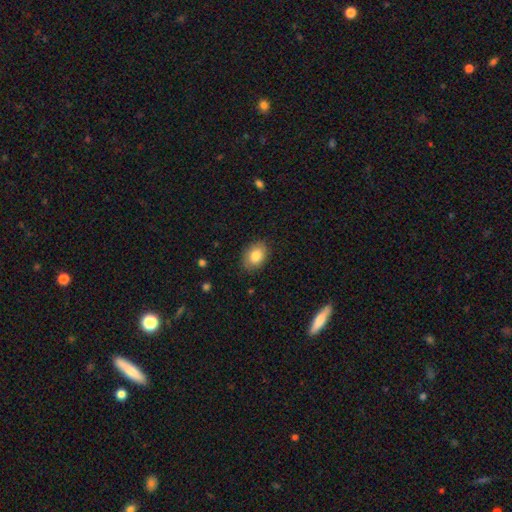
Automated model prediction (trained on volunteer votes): A smooth galaxy with no disk features (83%) that is in between round and cigar-shaped (72%). Merging: none (86%).